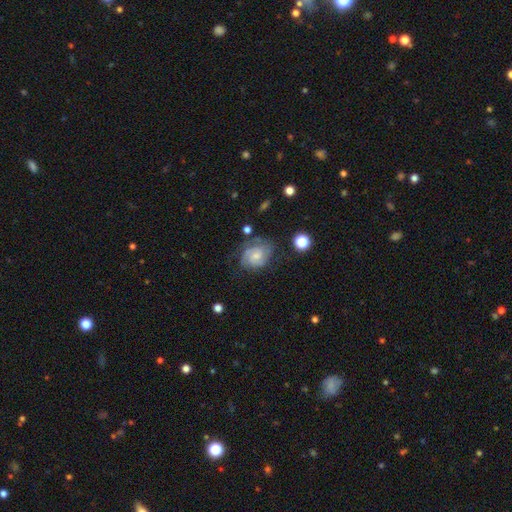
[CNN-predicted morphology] smooth_or_featured: featured or disk (p=0.75) [alt: smooth p=0.18]
disk_edge_on: no (p=0.98) [alt: yes p=0.02]
bar: no (p=0.58) [alt: weak p=0.37]
has_spiral_arms: yes (p=0.93) [alt: no p=0.07]
spiral_winding: tight (p=0.55) [alt: medium p=0.36]
spiral_arm_count: 2 (p=0.54) [alt: can't tell p=0.21]
bulge_size: small (p=0.50) [alt: moderate p=0.33]
merging: none (p=0.61) [alt: minor disturbance p=0.23]